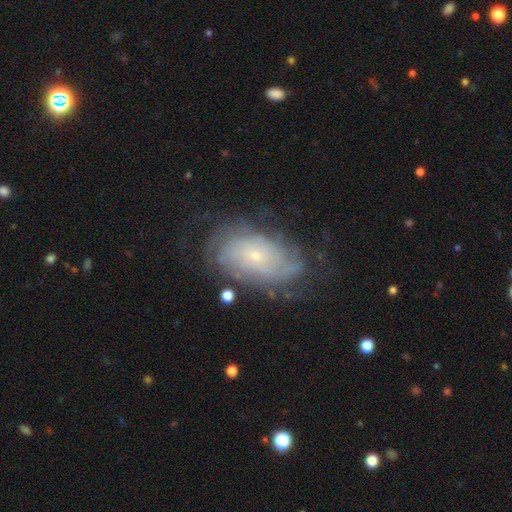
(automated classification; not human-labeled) A featured or disk galaxy (76%) with no bar (79%), tight (69%) spiral arms (91%) and a small central bulge (81%).

Vote fractions:
- Smooth or featured? featured or disk: 76% / smooth: 16% / star or artifact: 8%
- Edge-on disk? no: 95% / yes: 5%
- Bar? no: 79% / weak: 18% / strong: 3%
- Spiral arms? yes: 91% / no: 9%
- Spiral winding? tight: 69% / medium: 23% / loose: 8%
- Spiral arm count? can't tell: 52% / 2: 13% / 4: 12% / 3: 10% / more than 4: 7% / 1: 5%
- Bulge size? small: 81% / moderate: 14% / none: 2% / large: 2% / dominant: 1%
- Merging? none: 68% / minor disturbance: 20% / major disturbance: 11% / merger: 2%